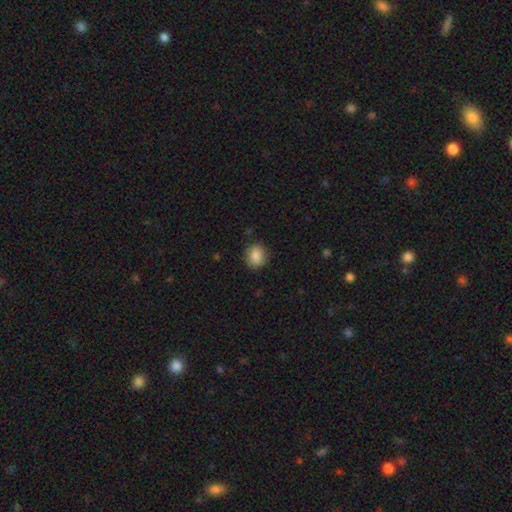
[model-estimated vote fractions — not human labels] Morphology: type=smooth (86%); roundness=round (74%); merging=none (85%).